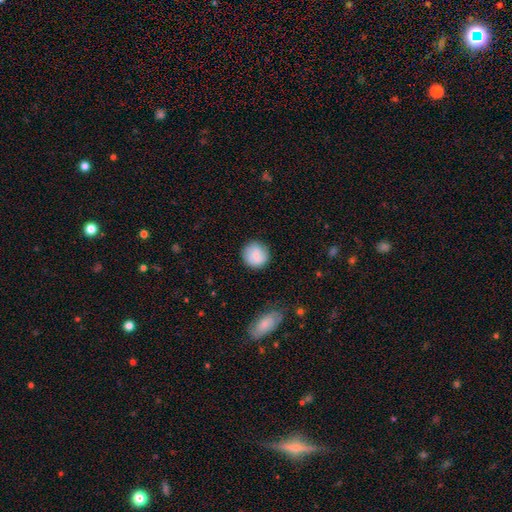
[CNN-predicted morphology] Smooth or featured?
  - smooth: 79% *
  - featured or disk: 14%
  - star or artifact: 7%
How rounded?
  - round: 91% *
  - in between: 8%
  - cigar-shaped: 1%
Merging?
  - none: 82% *
  - minor disturbance: 13%
  - major disturbance: 3%
  - merger: 2%